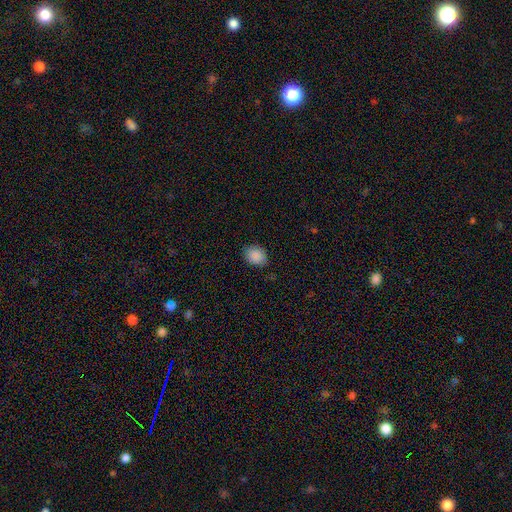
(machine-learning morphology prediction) Smooth or featured? Predicted: smooth (p=0.89). How rounded? Predicted: in between (p=0.59). Merging? Predicted: none (p=0.83).